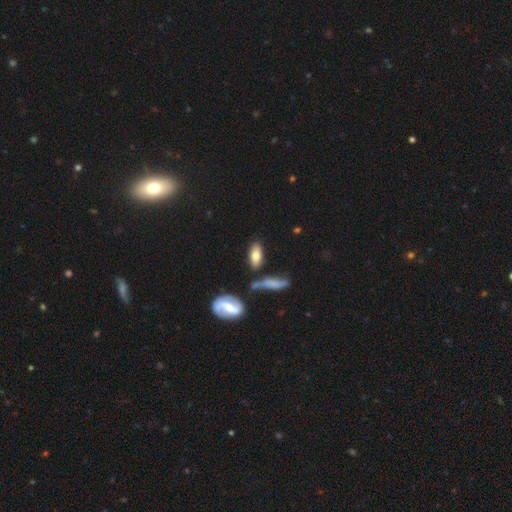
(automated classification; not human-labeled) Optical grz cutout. It shows a smooth galaxy with no disk features (70%) that is in between round and cigar-shaped (82%). Merging: none (69%).